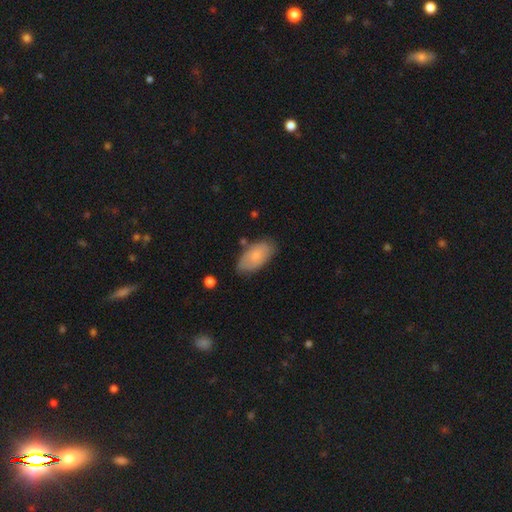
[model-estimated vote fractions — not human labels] Smooth or featured? smooth (72%)
How rounded? in between (94%)
Merging? none (73%)